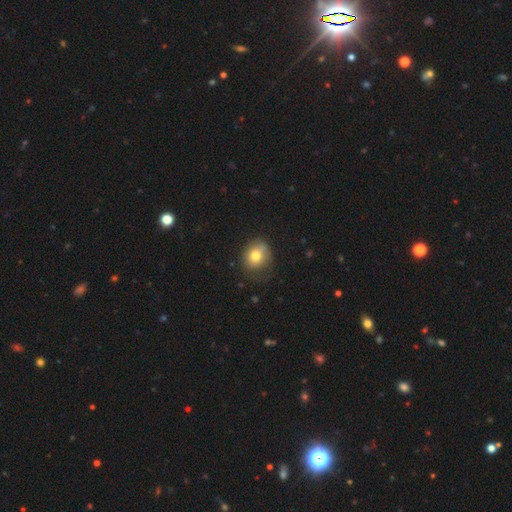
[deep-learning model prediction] Smooth or featured? smooth (75%)
How rounded? round (66%)
Merging? none (61%)